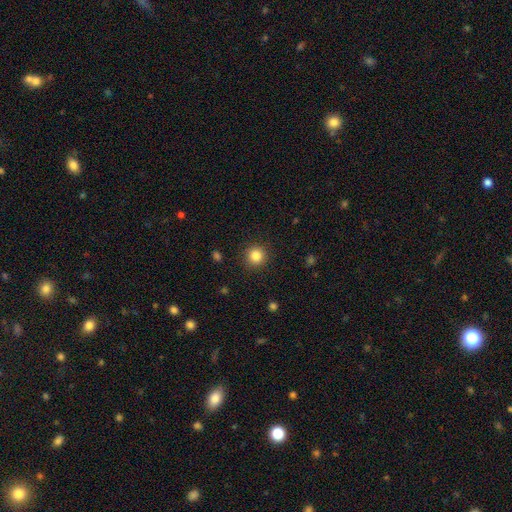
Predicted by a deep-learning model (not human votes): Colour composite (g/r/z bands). It shows a smooth galaxy with no disk features (84%) that is round (94%). Merging: none (91%).